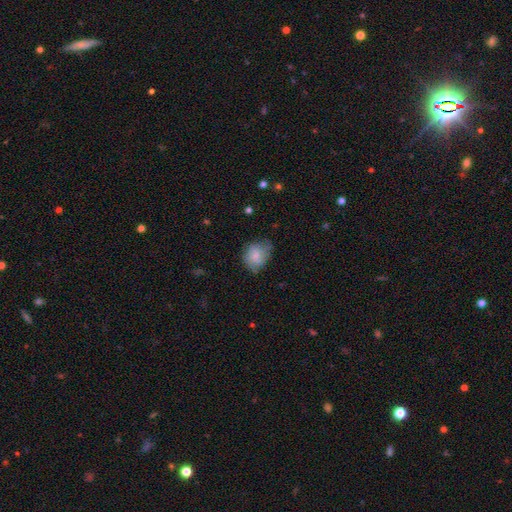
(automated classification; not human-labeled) smooth_or_featured: smooth (p=0.73) [alt: featured or disk p=0.19]
how_rounded: round (p=0.53) [alt: in between p=0.46]
merging: none (p=0.55) [alt: minor disturbance p=0.34]